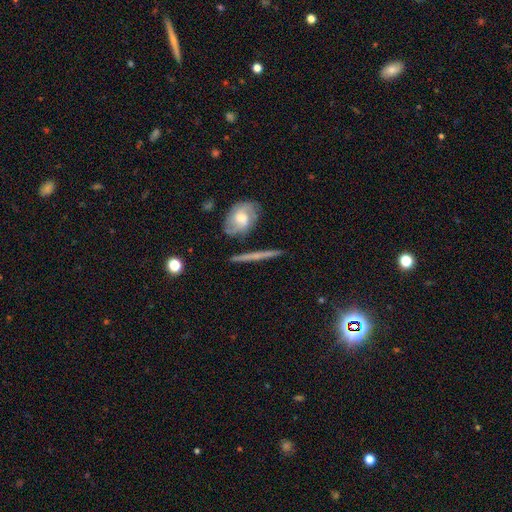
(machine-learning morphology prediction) A featured or disk galaxy (55%) viewed edge-on (83%). Merging: none (80%).